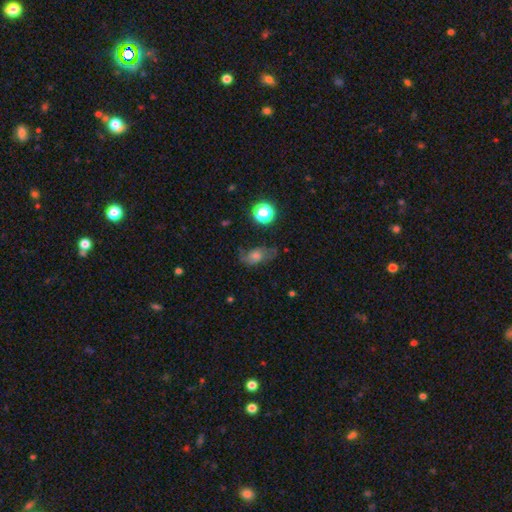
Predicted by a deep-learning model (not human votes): The model was most divided on "smooth or featured": smooth: 45%, featured or disk: 39%, star or artifact: 17%. More confident: merging — none (58%).